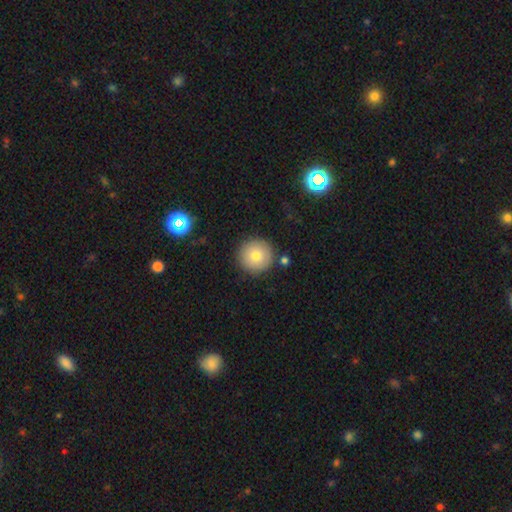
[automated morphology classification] This is likely a smooth galaxy (79%). How rounded: clearly round (96%). Merging: clearly none (88%).